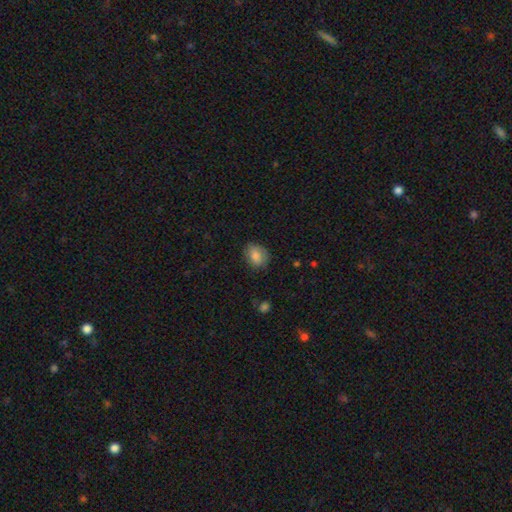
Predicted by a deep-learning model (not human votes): This appears to be a smooth galaxy with no disk features (84%) that is in between round and cigar-shaped (59%). Merging: none (77%).